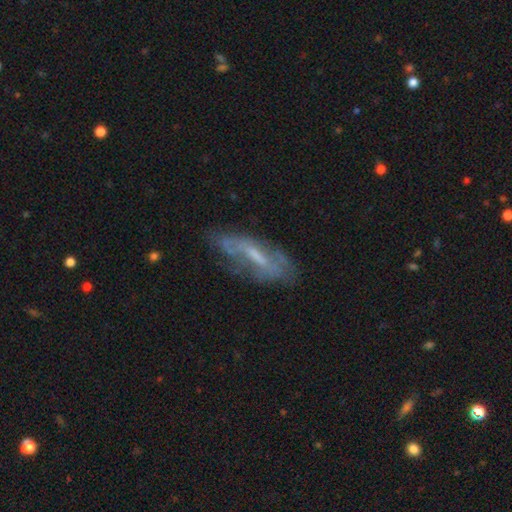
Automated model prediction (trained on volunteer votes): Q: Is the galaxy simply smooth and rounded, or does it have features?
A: featured or disk — 62%.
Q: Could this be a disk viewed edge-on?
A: no — 74%.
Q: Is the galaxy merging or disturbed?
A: none — 58%.